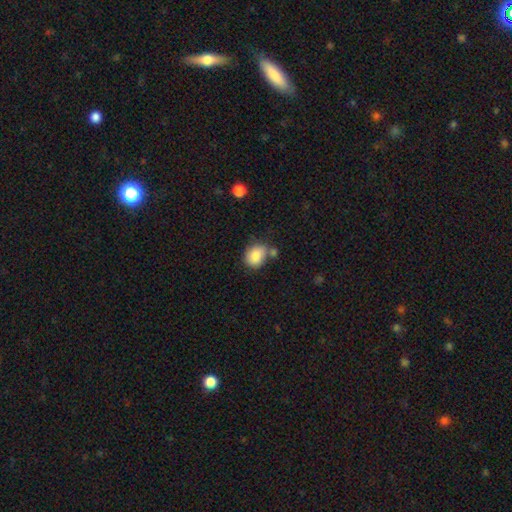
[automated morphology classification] The model was most divided on "how rounded": in between: 53%, round: 46%, cigar-shaped: 1%. More confident: smooth or featured — smooth (85%); merging — none (57%).